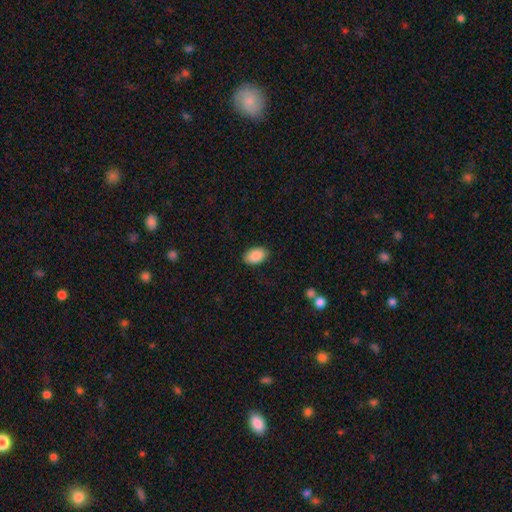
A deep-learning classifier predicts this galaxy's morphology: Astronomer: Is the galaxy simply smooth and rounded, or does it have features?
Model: smooth — 90%.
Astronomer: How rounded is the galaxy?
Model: in between — 92%.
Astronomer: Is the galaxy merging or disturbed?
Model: none — 87%.